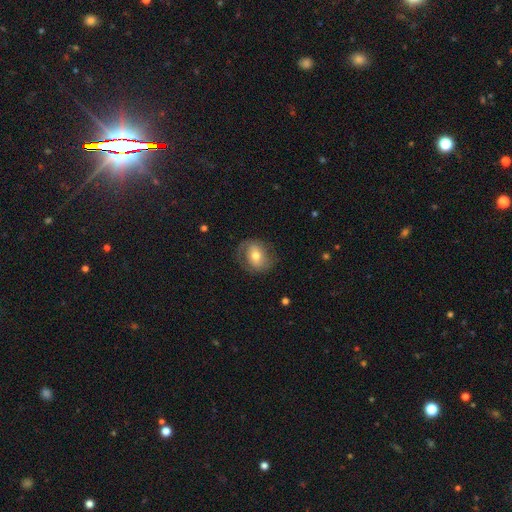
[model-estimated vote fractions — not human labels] A featured or disk galaxy (47%). Merging: none (70%).